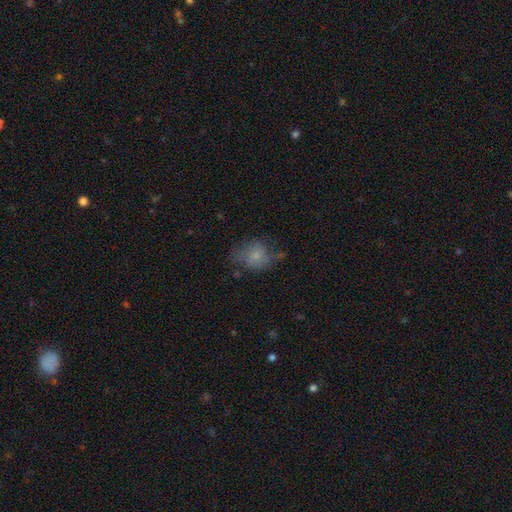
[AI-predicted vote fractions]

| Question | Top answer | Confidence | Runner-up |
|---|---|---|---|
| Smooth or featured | smooth | 62% | featured or disk (27%) |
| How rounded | round | 54% | in between (45%) |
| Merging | none | 43% | minor disturbance (30%) |